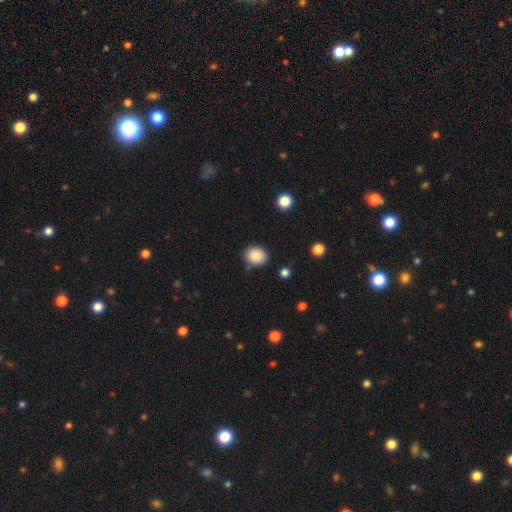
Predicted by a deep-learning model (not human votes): Q: Smooth or featured?
A: smooth (88%); runner-up: star or artifact (9%)
Q: How rounded?
A: round (57%); runner-up: in between (43%)
Q: Merging?
A: none (83%); runner-up: minor disturbance (12%)